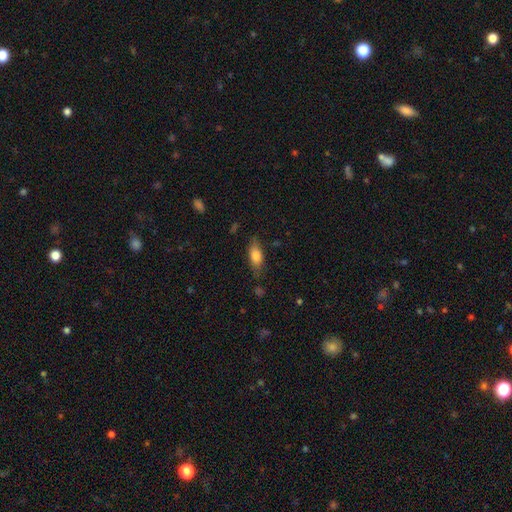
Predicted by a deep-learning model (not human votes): A smooth galaxy with no disk features (76%) that is in between round and cigar-shaped (78%).

Vote fractions:
- Smooth or featured? smooth: 76% / featured or disk: 17% / star or artifact: 7%
- How rounded? in between: 78% / cigar-shaped: 18% / round: 4%
- Merging? none: 71% / minor disturbance: 21% / major disturbance: 6% / merger: 2%